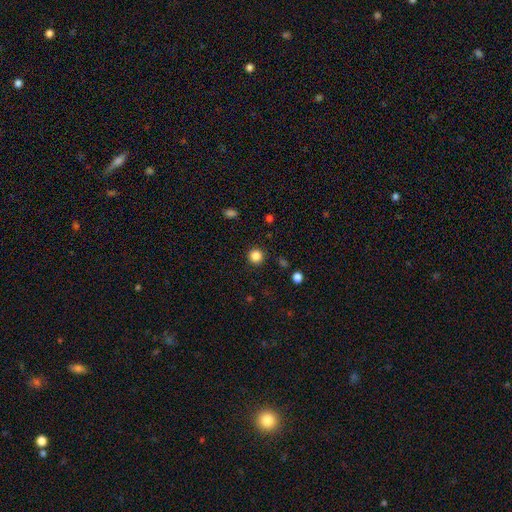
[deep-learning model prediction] smooth 85%, star or artifact 12%, featured or disk 4%. Down the decision tree: how rounded — round (95%); merging — none (92%).